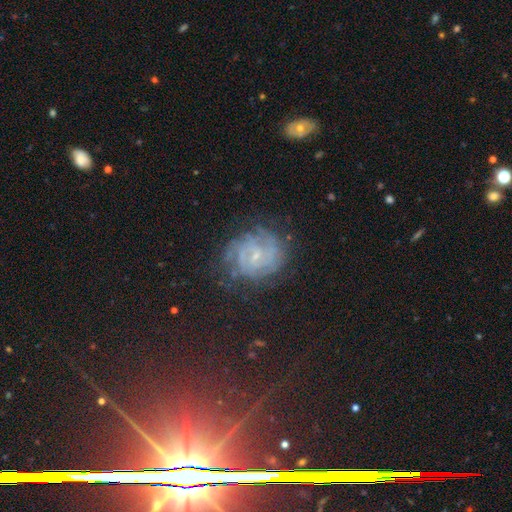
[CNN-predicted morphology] This is likely a featured or disk galaxy (67%). It is clearly not viewed edge-on (97%). Bar: possibly no (47%). Spiral arm pattern: clearly yes (92%). Spiral arm count: marginally can't tell (39%). Spiral winding: likely tight (65%). Central bulge: likely small (79%). Merging: likely none (74%).